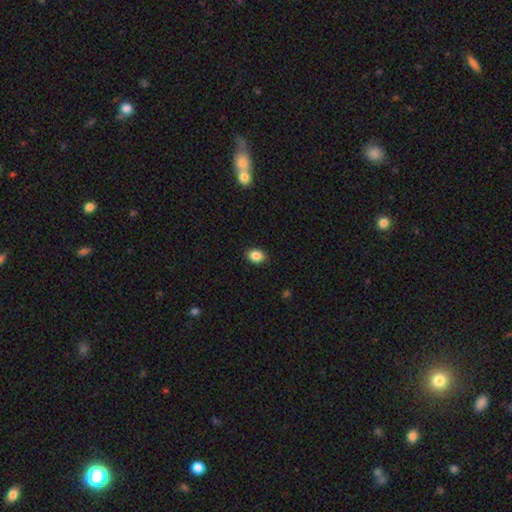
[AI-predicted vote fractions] Smooth or featured? Predicted: smooth (p=0.87). How rounded? Predicted: in between (p=0.65). Merging? Predicted: none (p=0.90).